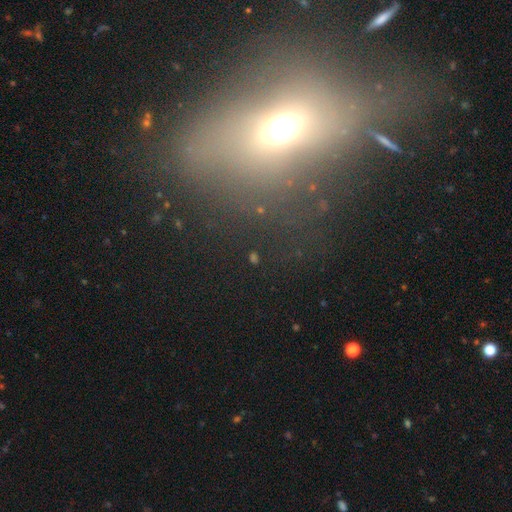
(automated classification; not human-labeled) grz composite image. It shows a star or artifact, not a galaxy (44%).